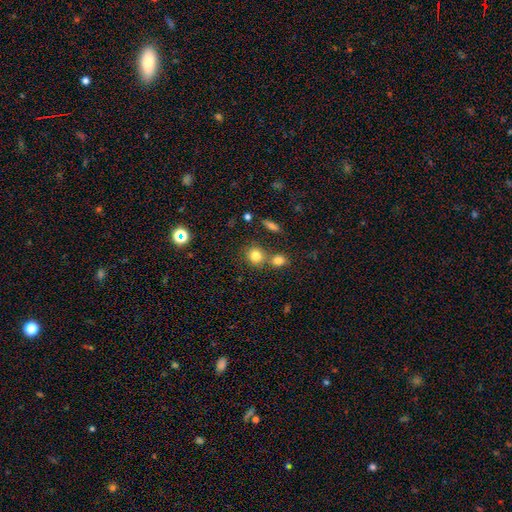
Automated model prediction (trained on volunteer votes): smooth 80%, star or artifact 12%, featured or disk 8%. Down the decision tree: how rounded — round (82%); merging — none (61%).